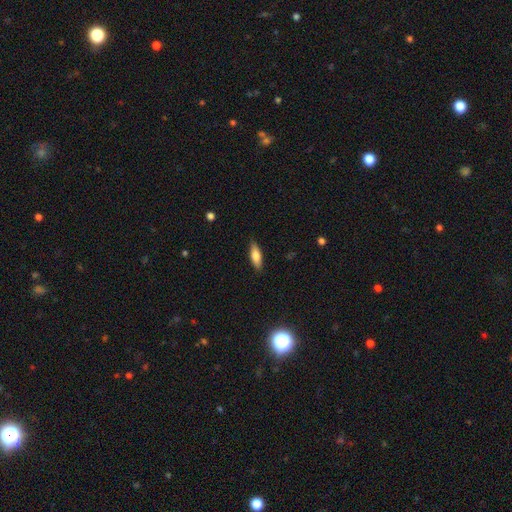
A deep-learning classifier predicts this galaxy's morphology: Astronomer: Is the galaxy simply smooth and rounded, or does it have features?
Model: smooth — 75%.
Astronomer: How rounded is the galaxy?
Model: in between — 58% (runner-up: cigar-shaped, 39%).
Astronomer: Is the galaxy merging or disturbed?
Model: none — 87%.